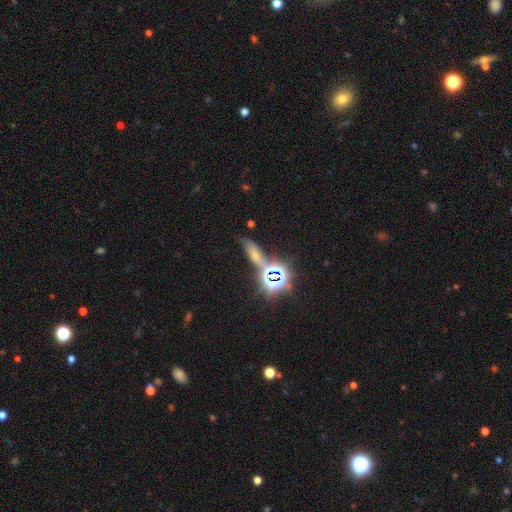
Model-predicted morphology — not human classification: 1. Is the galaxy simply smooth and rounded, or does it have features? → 46% smooth, 36% star or artifact, 18% featured or disk.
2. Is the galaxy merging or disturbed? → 59% none, 20% minor disturbance, 12% merger, 9% major disturbance.